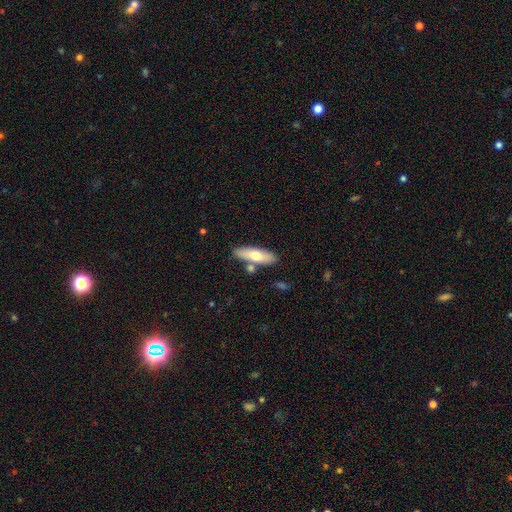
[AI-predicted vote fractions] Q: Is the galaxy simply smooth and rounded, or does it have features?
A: smooth — 65%.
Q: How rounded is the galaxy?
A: in between — 52%.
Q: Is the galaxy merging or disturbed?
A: none — 75%.